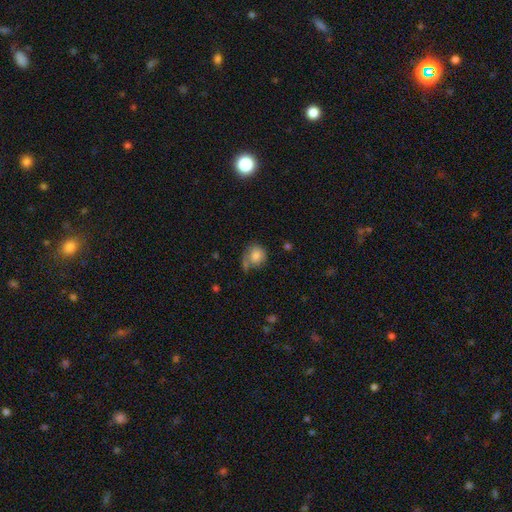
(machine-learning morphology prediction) smooth_or_featured: smooth (p=0.80) [alt: featured or disk p=0.10]
how_rounded: round (p=0.71) [alt: in between p=0.27]
merging: none (p=0.48) [alt: minor disturbance p=0.25]